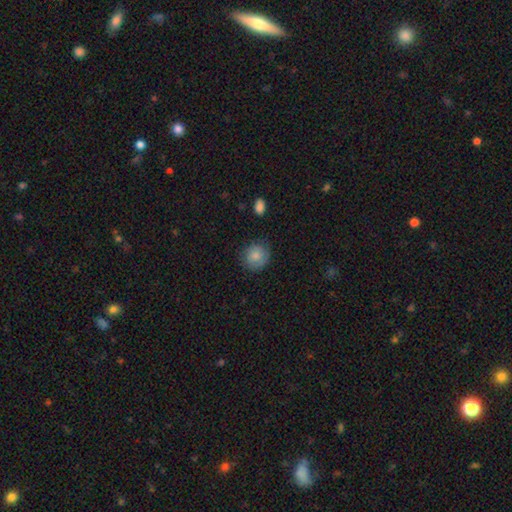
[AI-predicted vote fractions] smooth-or-featured: smooth: 80% | featured or disk: 12% | star or artifact: 8%
  how-rounded: round: 84% | in between: 15% | cigar-shaped: 1%
  merging: none: 78% | minor disturbance: 16% | major disturbance: 4% | merger: 1%